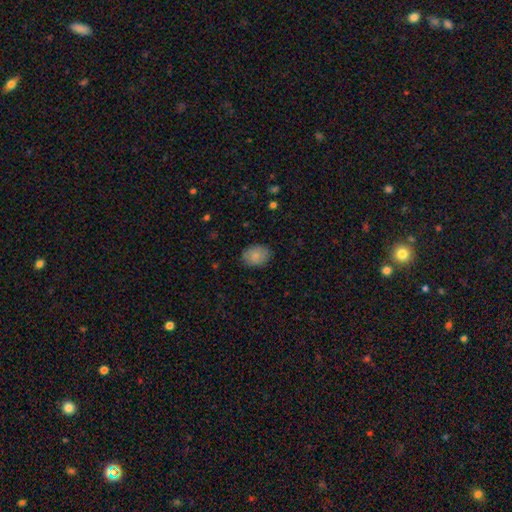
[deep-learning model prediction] Smooth or featured? Predicted: smooth (p=0.86). How rounded? Predicted: in between (p=0.63). Merging? Predicted: none (p=0.86).